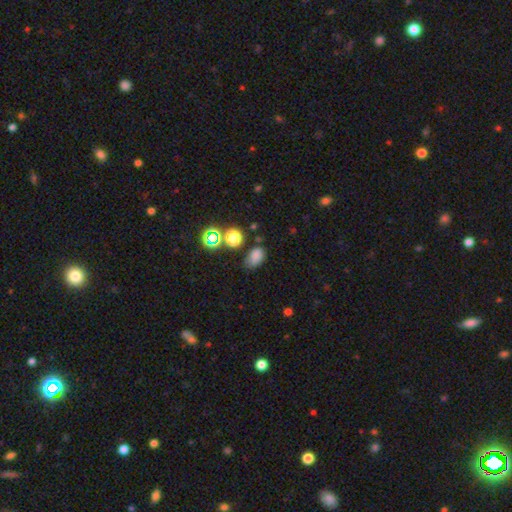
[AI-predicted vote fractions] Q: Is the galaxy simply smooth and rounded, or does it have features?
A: smooth — 74%.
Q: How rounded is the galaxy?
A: in between — 77%.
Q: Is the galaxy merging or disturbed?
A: none — 62%.